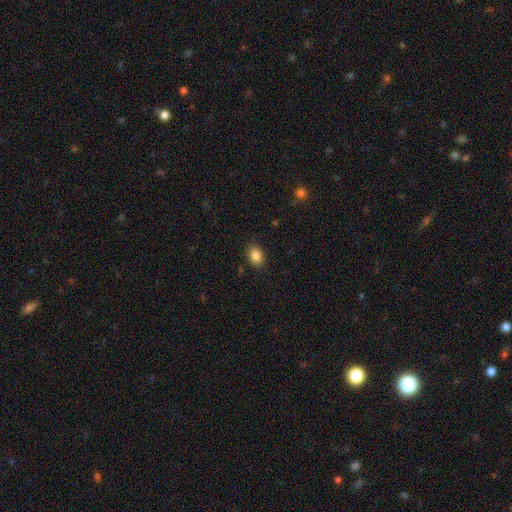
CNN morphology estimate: A smooth galaxy with no disk features (86%) that is in between round and cigar-shaped (63%). Merging: none (87%).